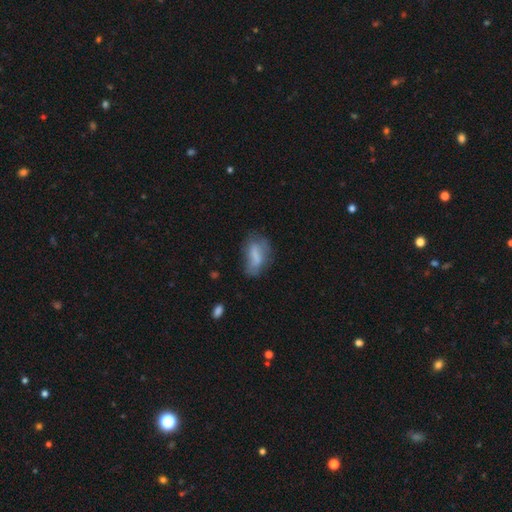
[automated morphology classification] Smooth or featured? smooth (66%)
How rounded? in between (82%)
Merging? none (48%)